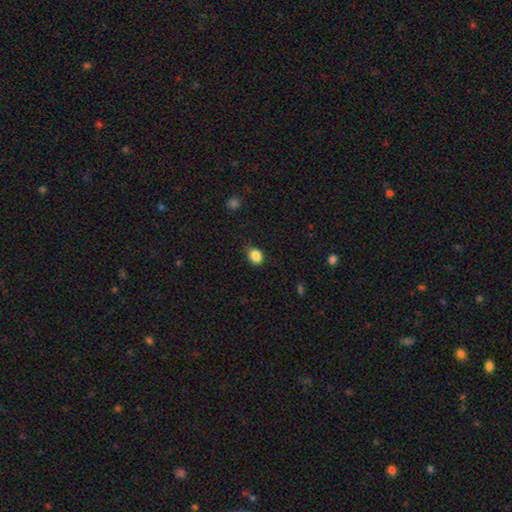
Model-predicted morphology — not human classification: type=smooth (86%); roundness=round (55%); merging=none (72%).